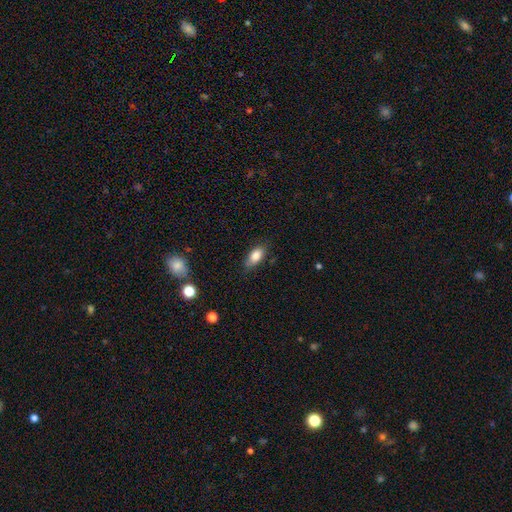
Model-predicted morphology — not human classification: smooth 83%, featured or disk 9%, star or artifact 8%. Down the decision tree: how rounded — in between (87%); merging — none (78%).